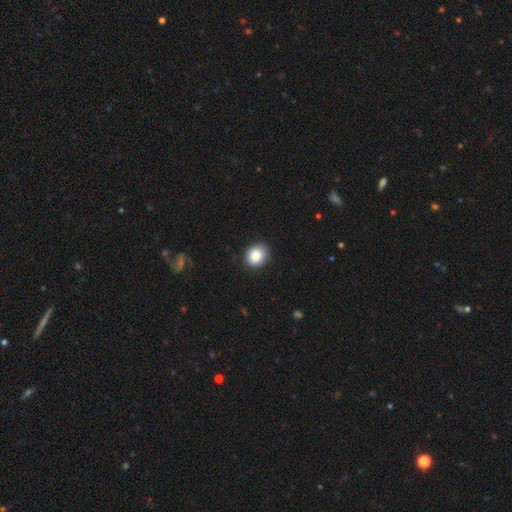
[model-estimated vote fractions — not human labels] Smooth or featured: smooth — 86% (star or artifact — 9%)
How rounded: round — 74% (in between — 25%)
Merging: none — 85% (minor disturbance — 11%)